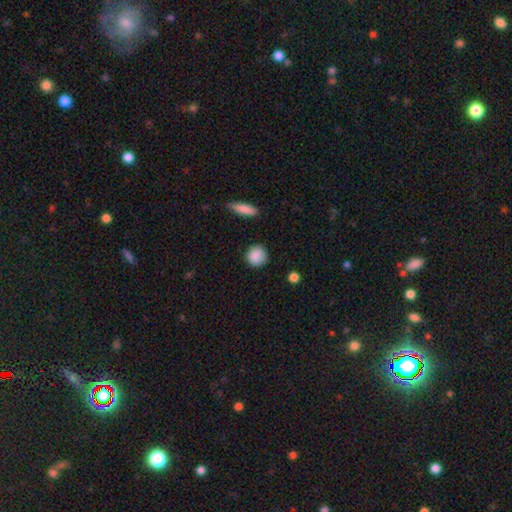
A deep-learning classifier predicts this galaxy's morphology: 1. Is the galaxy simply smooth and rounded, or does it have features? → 88% smooth, 8% star or artifact, 4% featured or disk.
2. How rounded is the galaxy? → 89% round, 10% in between, 1% cigar-shaped.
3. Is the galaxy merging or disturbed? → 84% none, 12% minor disturbance, 3% major disturbance, 2% merger.